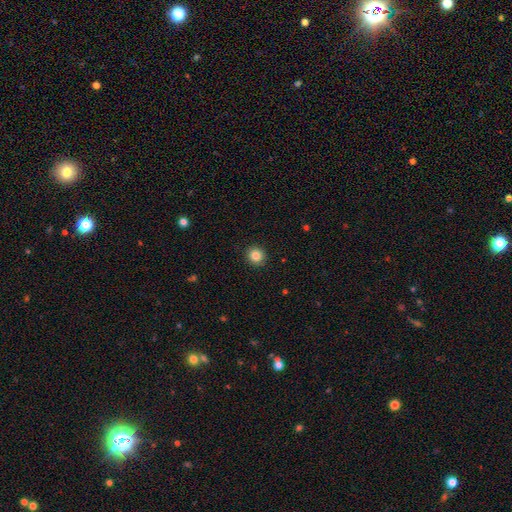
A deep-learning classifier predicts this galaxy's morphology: Smooth or featured: smooth — 84% (star or artifact — 10%)
How rounded: round — 90% (in between — 9%)
Merging: none — 92% (minor disturbance — 5%)